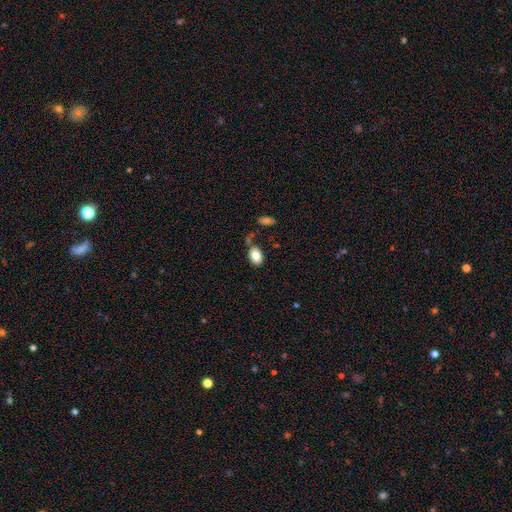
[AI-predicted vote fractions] Smooth or featured? smooth (83%)
How rounded? in between (87%)
Merging? none (71%)